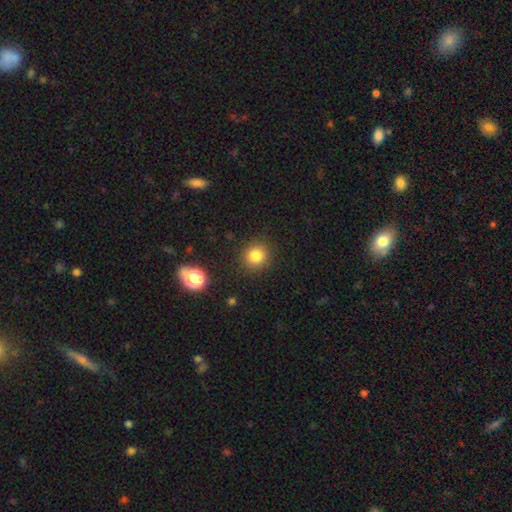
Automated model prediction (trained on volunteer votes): Smooth or featured? smooth (82%)
How rounded? round (89%)
Merging? none (89%)